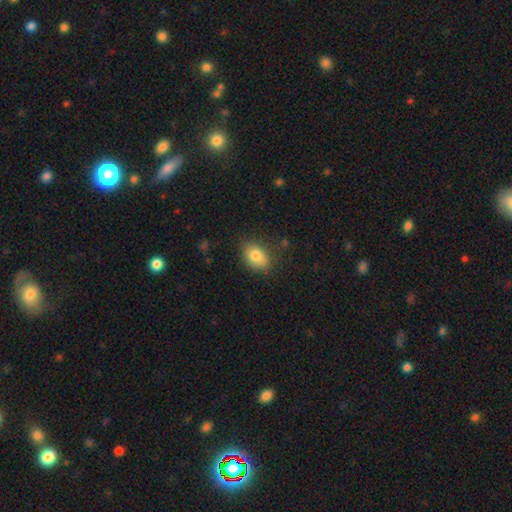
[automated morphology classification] type=smooth (81%); roundness=in between (78%); merging=none (78%).